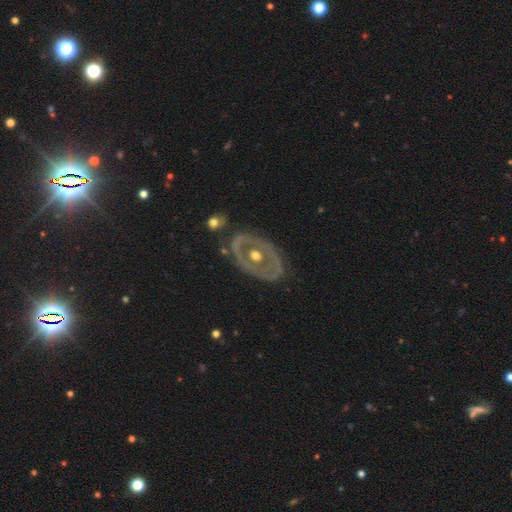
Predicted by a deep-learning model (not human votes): A featured or disk galaxy (72%) with no bar (88%), no spiral arms (82%) and a moderate central bulge (79%).

Vote fractions:
- Smooth or featured? featured or disk: 72% / smooth: 23% / star or artifact: 5%
- Edge-on disk? no: 93% / yes: 7%
- Bar? no: 88% / weak: 8% / strong: 4%
- Spiral arms? no: 82% / yes: 18%
- Bulge size? moderate: 79% / large: 9% / small: 9% / dominant: 1% / none: 1%
- Merging? none: 70% / minor disturbance: 18% / major disturbance: 9% / merger: 4%